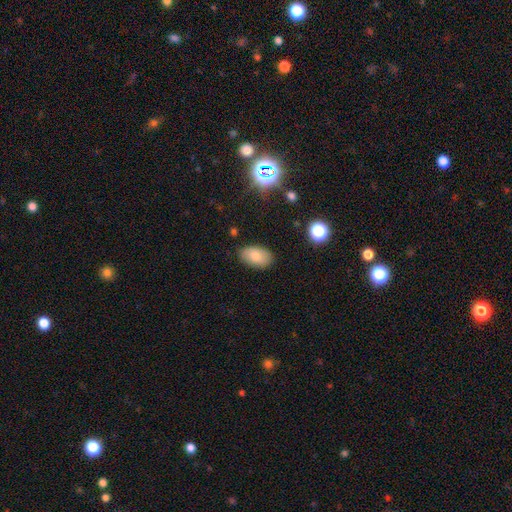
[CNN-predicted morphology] This appears to be a smooth galaxy with no disk features (79%) that is in between round and cigar-shaped (92%). Merging: none (83%).